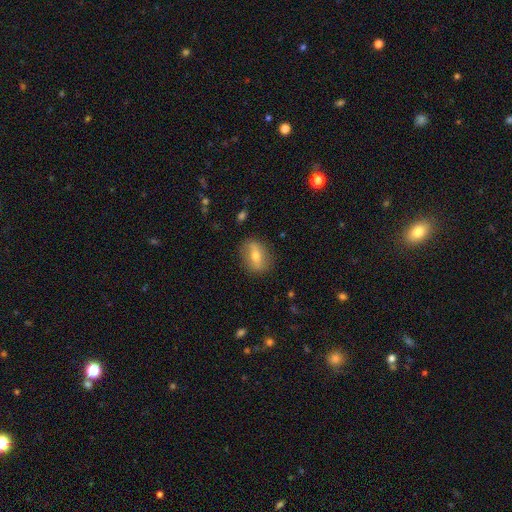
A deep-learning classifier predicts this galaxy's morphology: Q: Smooth or featured?
A: smooth (49%); runner-up: featured or disk (43%)
Q: Merging?
A: none (85%); runner-up: minor disturbance (11%)